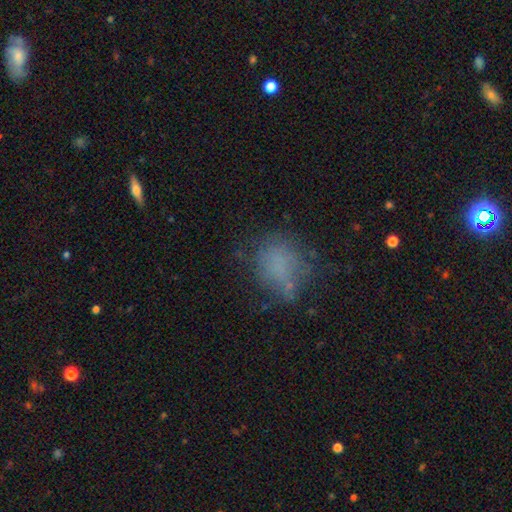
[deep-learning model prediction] Smooth or featured?
  - smooth: 63% *
  - featured or disk: 19%
  - star or artifact: 17%
How rounded?
  - round: 54% *
  - in between: 44%
  - cigar-shaped: 2%
Merging?
  - none: 57% *
  - minor disturbance: 22%
  - major disturbance: 16%
  - merger: 4%